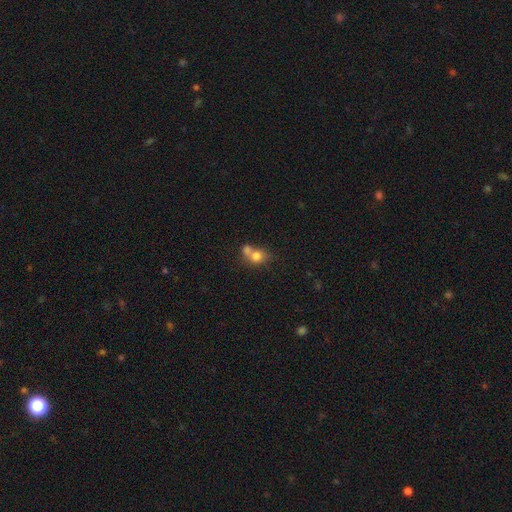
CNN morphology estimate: smooth_or_featured: smooth (p=0.76) [alt: featured or disk p=0.14]
how_rounded: round (p=0.65) [alt: in between p=0.34]
merging: merger (p=0.57) [alt: none p=0.30]